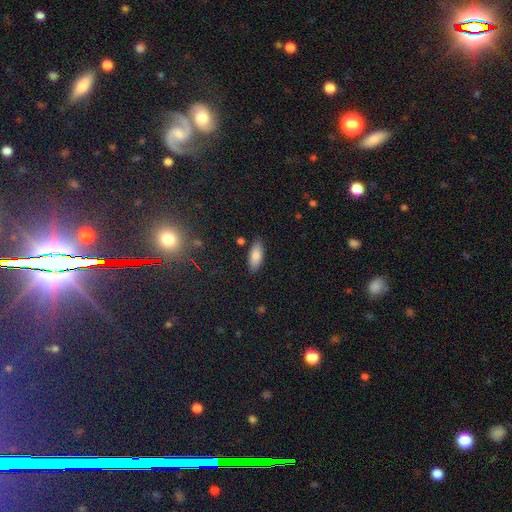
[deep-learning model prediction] A smooth galaxy with no disk features (83%) that is in between round and cigar-shaped (80%). Merging: none (84%).